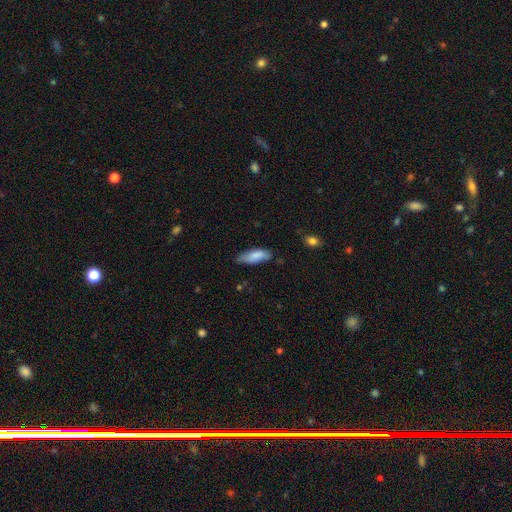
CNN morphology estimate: Smooth or featured? Predicted: smooth (p=0.82). How rounded? Predicted: in between (p=0.65). Merging? Predicted: none (p=0.67).